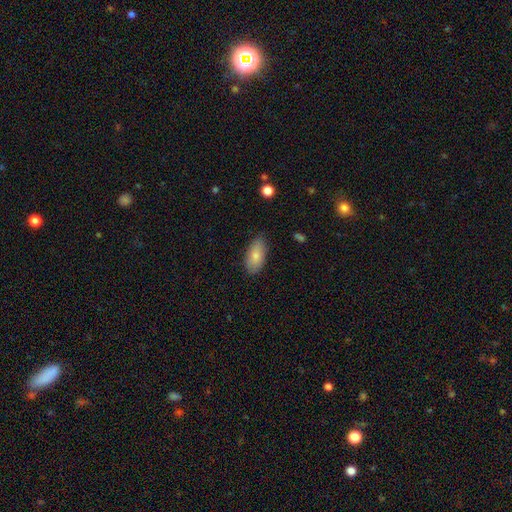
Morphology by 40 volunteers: Smooth or featured: smooth — 82% (star or artifact — 10%)
How rounded: in between — 94% (cigar-shaped — 6%)
Merging: none — 67% (minor disturbance — 31%)